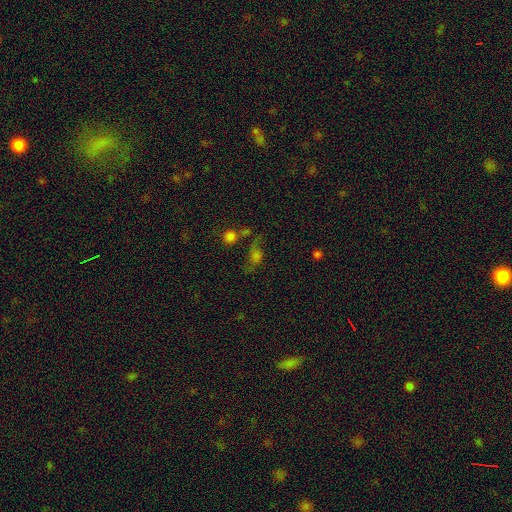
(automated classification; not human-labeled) smooth 44%, star or artifact 31%, featured or disk 25%. Down the decision tree: merging — none (43%).